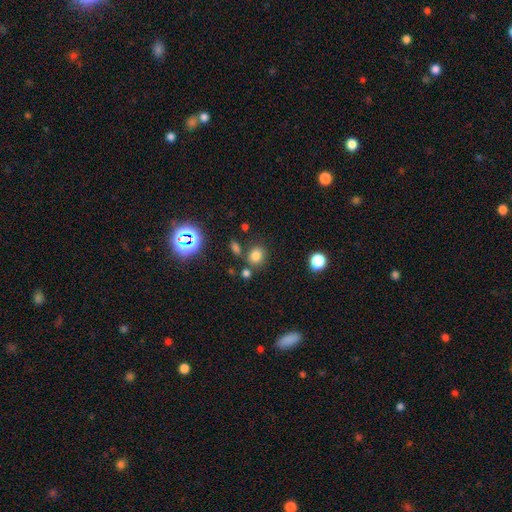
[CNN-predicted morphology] type=smooth (75%); roundness=round (65%); merging=none (73%).